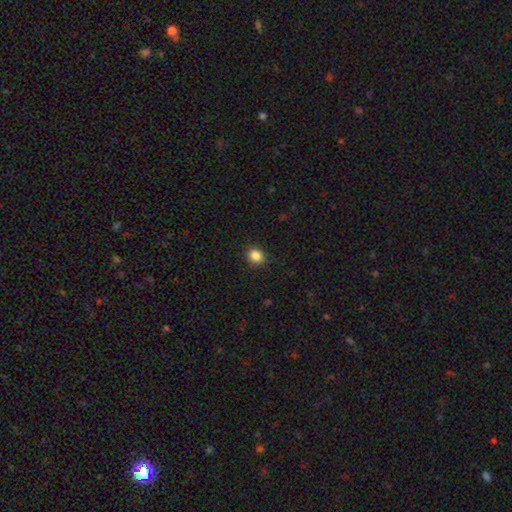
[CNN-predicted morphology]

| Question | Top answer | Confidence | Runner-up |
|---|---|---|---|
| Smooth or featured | smooth | 86% | star or artifact (10%) |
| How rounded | round | 68% | in between (31%) |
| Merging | none | 88% | minor disturbance (9%) |